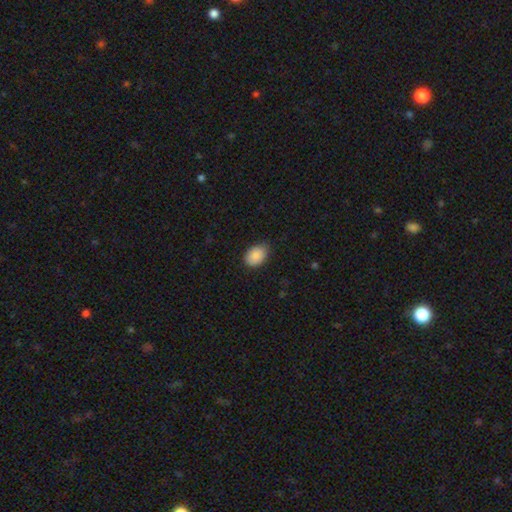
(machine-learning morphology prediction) Smooth or featured: smooth — 89% (star or artifact — 7%)
How rounded: in between — 80% (round — 19%)
Merging: none — 75% (minor disturbance — 21%)